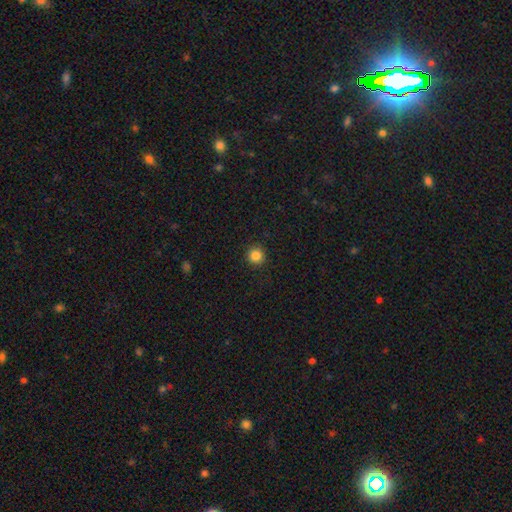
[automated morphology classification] Overall: smooth (85%). How rounded: round (95%). Merging: none (92%).